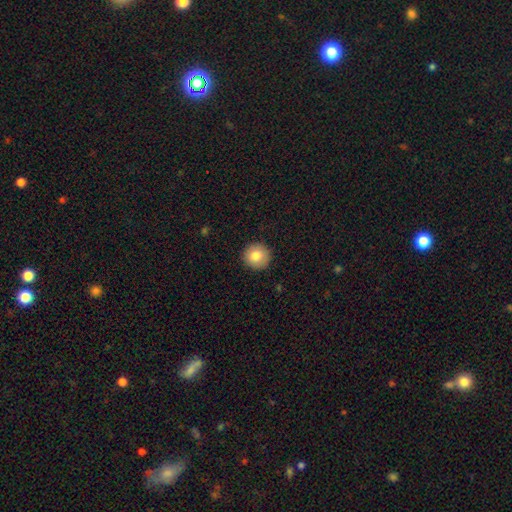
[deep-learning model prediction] smooth-or-featured: smooth: 83% | featured or disk: 9% | star or artifact: 8%
  how-rounded: round: 95% | in between: 5% | cigar-shaped: 1%
  merging: none: 91% | minor disturbance: 6% | major disturbance: 2% | merger: 1%